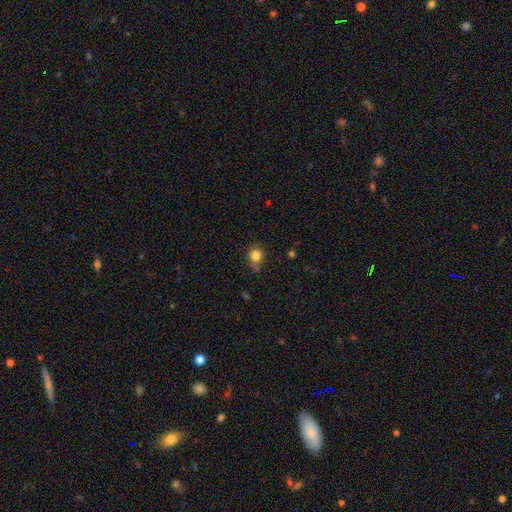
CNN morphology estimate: Smooth or featured? Predicted: smooth (p=0.82). How rounded? Predicted: round (p=0.75). Merging? Predicted: none (p=0.66).